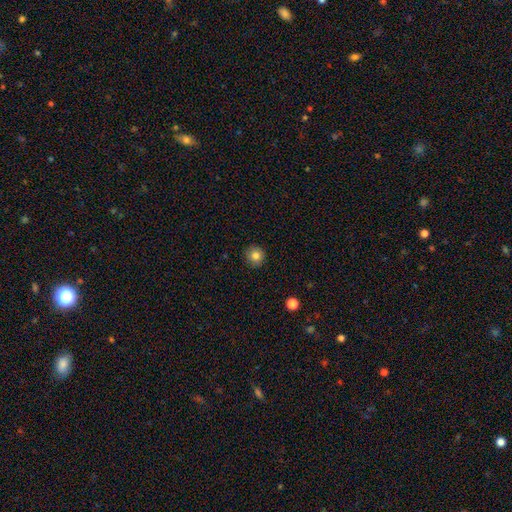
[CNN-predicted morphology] This appears to be a smooth galaxy with no disk features (82%) that is round (93%). Merging: none (90%).